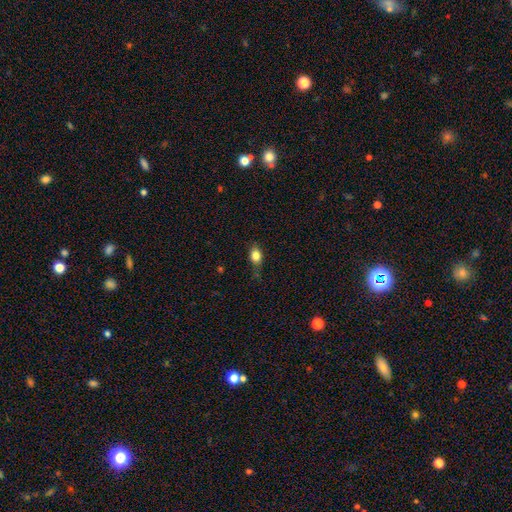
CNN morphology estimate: type=smooth (82%); roundness=in between (66%); merging=none (60%).